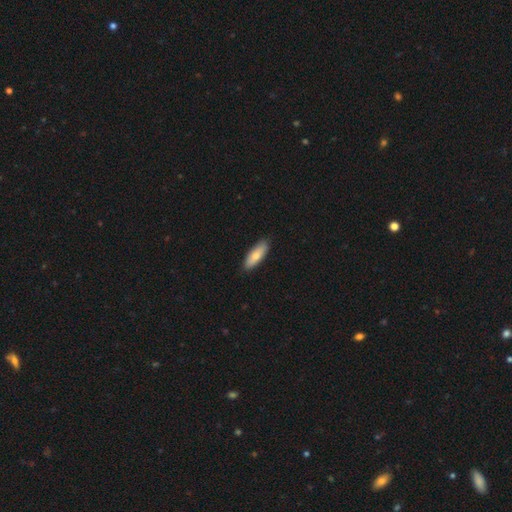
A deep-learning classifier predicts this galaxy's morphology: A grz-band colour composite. It shows a smooth galaxy with no disk features (77%) that is in between round and cigar-shaped (61%). Merging: none (88%).